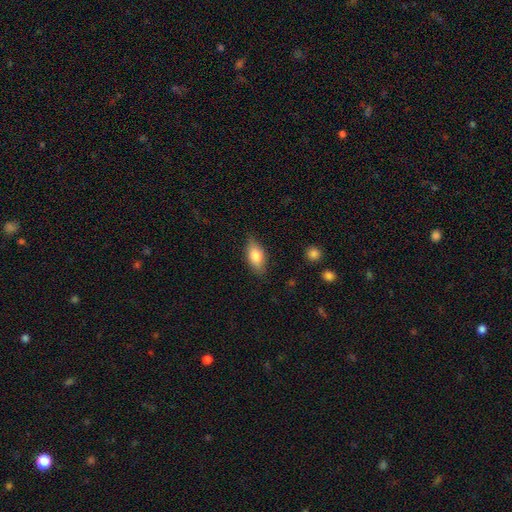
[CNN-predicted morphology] The model was most divided on "smooth or featured": smooth: 77%, featured or disk: 16%, star or artifact: 7%. More confident: how rounded — in between (86%); merging — none (82%).